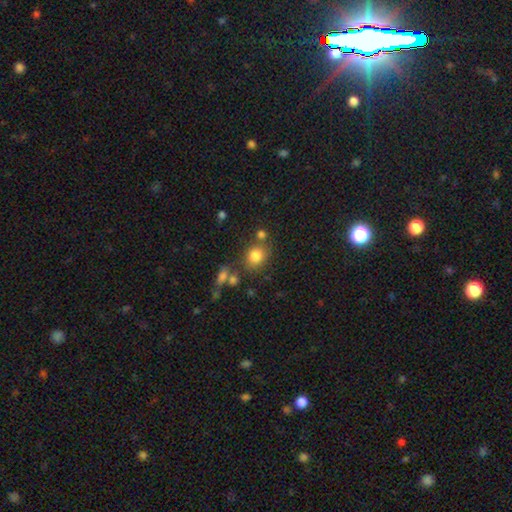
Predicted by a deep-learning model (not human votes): Q: Smooth or featured?
A: smooth (81%); runner-up: star or artifact (11%)
Q: How rounded?
A: round (68%); runner-up: in between (31%)
Q: Merging?
A: none (66%); runner-up: minor disturbance (14%)